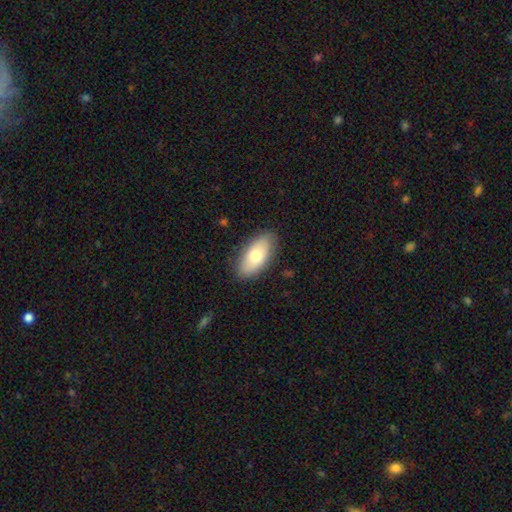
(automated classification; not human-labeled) smooth-or-featured: smooth: 70% | featured or disk: 24% | star or artifact: 6%
  how-rounded: in between: 91% | cigar-shaped: 5% | round: 3%
  merging: none: 85% | minor disturbance: 11% | major disturbance: 3% | merger: 1%